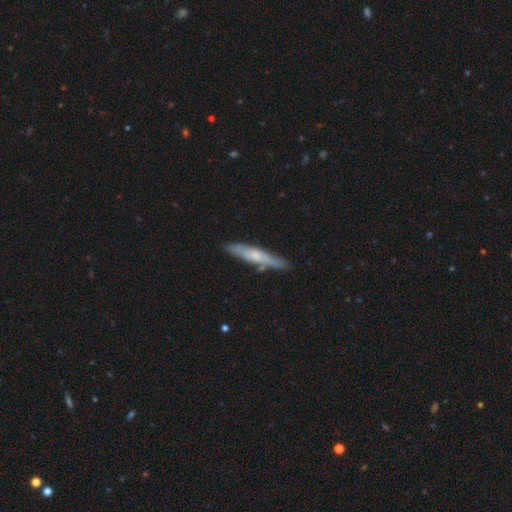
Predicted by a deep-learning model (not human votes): Q: Smooth or featured?
A: featured or disk (49%); runner-up: smooth (45%)
Q: Merging?
A: none (81%); runner-up: minor disturbance (13%)